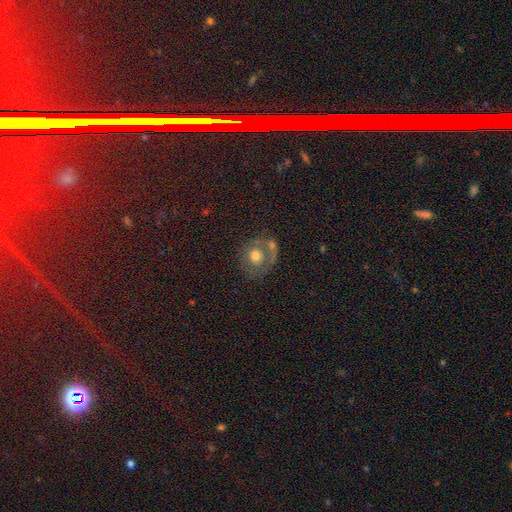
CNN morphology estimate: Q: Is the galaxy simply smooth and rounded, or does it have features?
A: smooth — 55%.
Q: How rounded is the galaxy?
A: round — 80%.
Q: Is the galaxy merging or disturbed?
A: none — 54%.